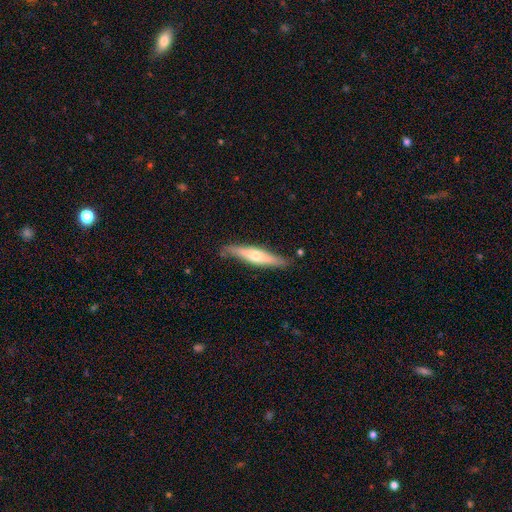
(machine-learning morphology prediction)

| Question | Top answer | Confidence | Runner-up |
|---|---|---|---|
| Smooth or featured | featured or disk | 53% | smooth (41%) |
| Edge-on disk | yes | 89% | no (11%) |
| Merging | none | 80% | minor disturbance (15%) |